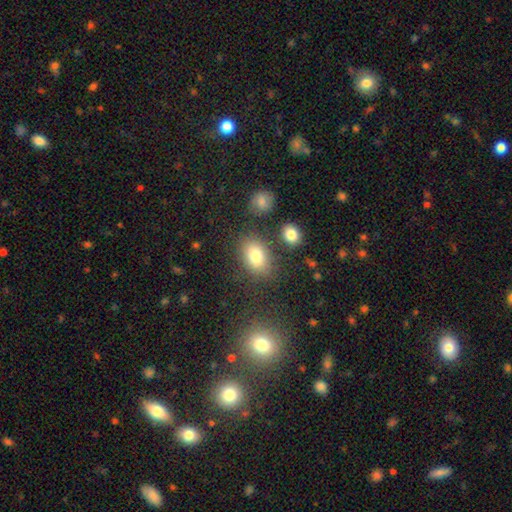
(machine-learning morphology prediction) A smooth galaxy with no disk features (79%) that is in between round and cigar-shaped (79%). Merging: none (75%).